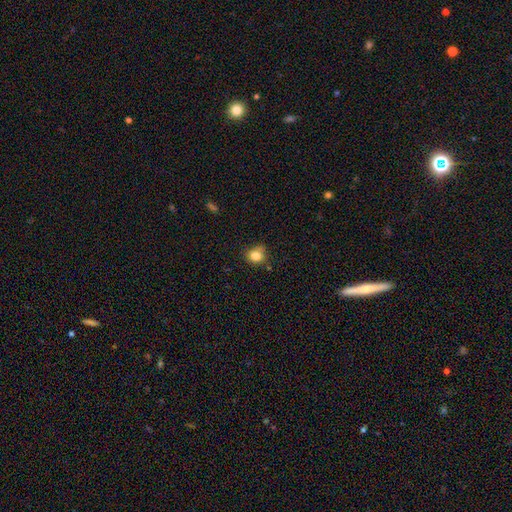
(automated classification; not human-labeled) The model was most divided on "merging": none: 65%, minor disturbance: 25%, major disturbance: 5%, merger: 4%. More confident: smooth or featured — smooth (81%); how rounded — round (74%).